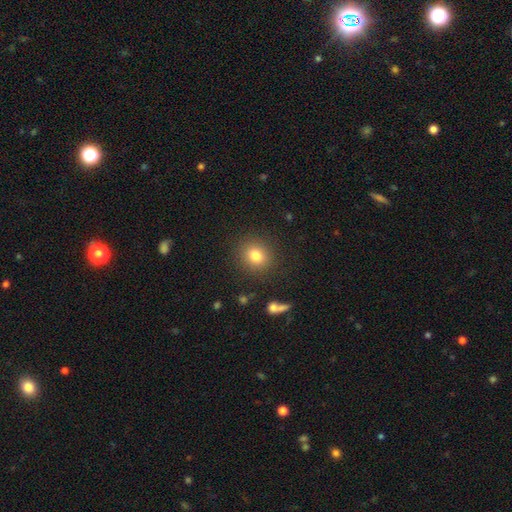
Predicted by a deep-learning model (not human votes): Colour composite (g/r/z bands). It shows a smooth galaxy with no disk features (80%) that is round (81%). Merging: none (88%).